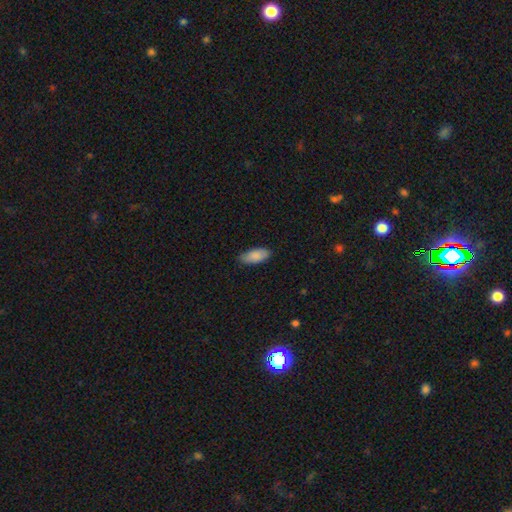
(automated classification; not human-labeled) smooth 88%, featured or disk 6%, star or artifact 6%. Down the decision tree: how rounded — in between (87%); merging — none (83%).